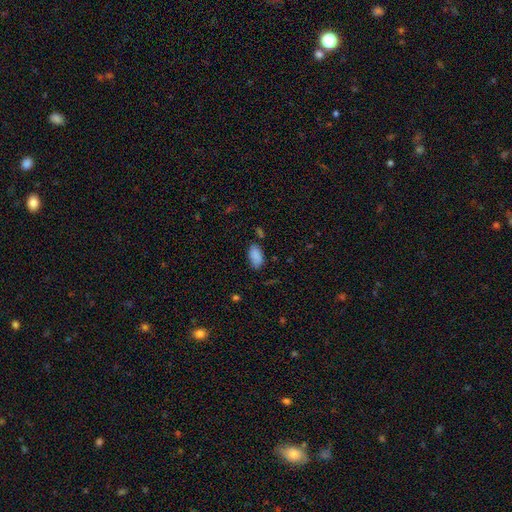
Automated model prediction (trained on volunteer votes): The model was most divided on "merging": none: 73%, minor disturbance: 19%, major disturbance: 4%, merger: 3%. More confident: how rounded — in between (94%); smooth or featured — smooth (88%).